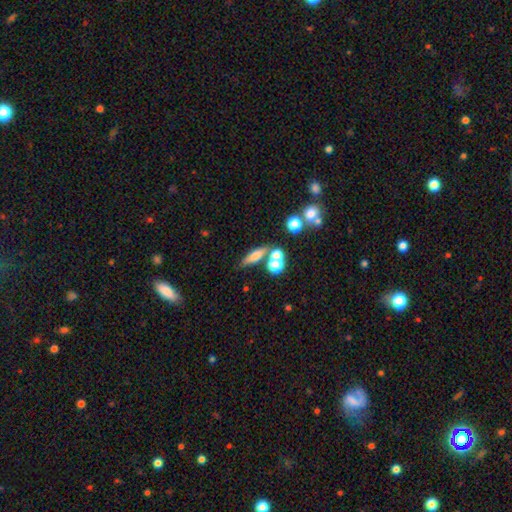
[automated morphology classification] Smooth or featured?
  - smooth: 63% *
  - featured or disk: 24%
  - star or artifact: 13%
How rounded?
  - cigar-shaped: 53% *
  - in between: 33%
  - round: 14%
Merging?
  - none: 61% *
  - merger: 22%
  - minor disturbance: 12%
  - major disturbance: 6%